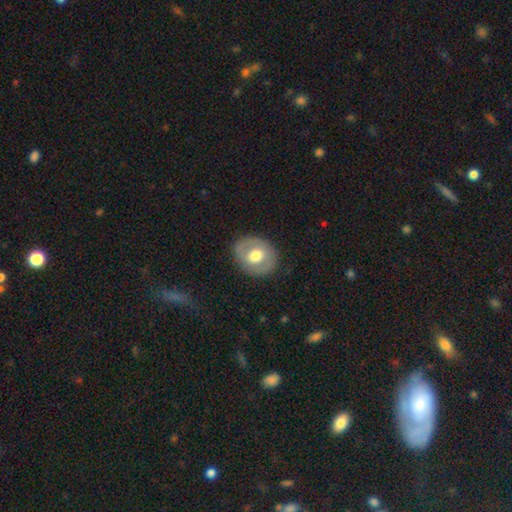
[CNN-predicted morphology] Overall: smooth (54%; featured or disk 39%). How rounded: round (60%; in between 39%). Merging: none (84%).